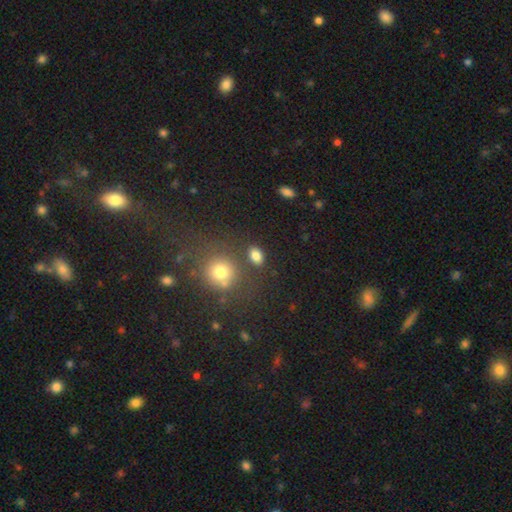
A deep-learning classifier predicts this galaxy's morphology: Smooth or featured? smooth (82%)
How rounded? in between (79%)
Merging? none (78%)